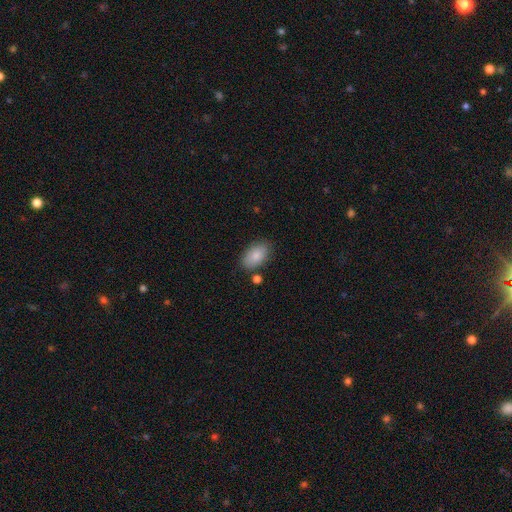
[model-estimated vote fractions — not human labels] smooth-or-featured: smooth: 86% | featured or disk: 8% | star or artifact: 6%
  how-rounded: in between: 93% | round: 5% | cigar-shaped: 2%
  merging: none: 79% | minor disturbance: 14% | merger: 4% | major disturbance: 3%